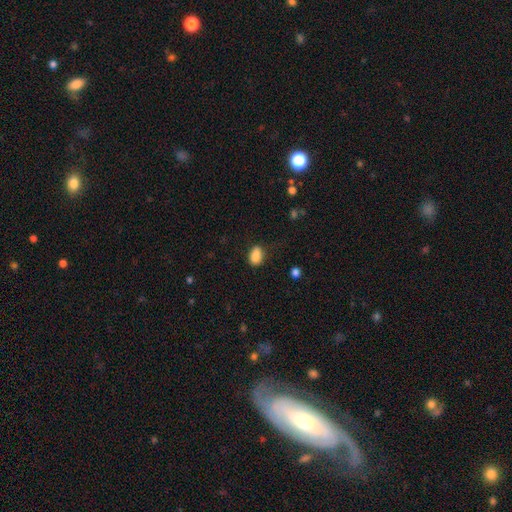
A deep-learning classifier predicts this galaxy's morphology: A smooth galaxy with no disk features (87%) that is in between round and cigar-shaped (84%). Merging: none (73%).